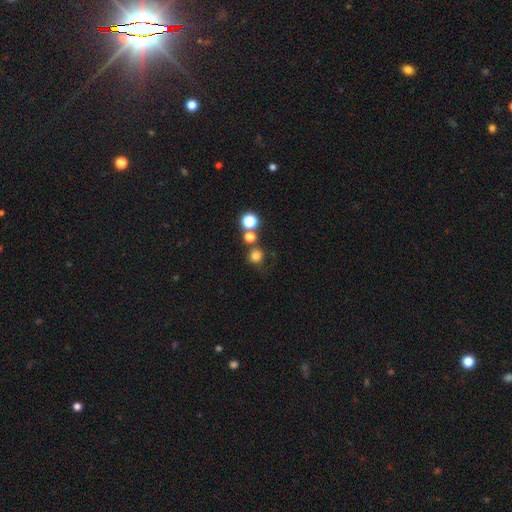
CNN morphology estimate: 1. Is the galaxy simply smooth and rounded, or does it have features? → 77% smooth, 17% star or artifact, 6% featured or disk.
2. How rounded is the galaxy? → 91% round, 8% in between, 1% cigar-shaped.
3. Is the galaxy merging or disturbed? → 69% none, 16% merger, 10% minor disturbance, 5% major disturbance.